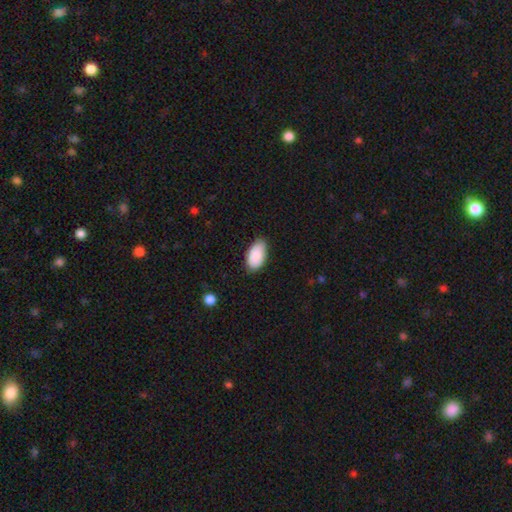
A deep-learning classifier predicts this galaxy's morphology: smooth 89%, star or artifact 6%, featured or disk 5%. Down the decision tree: how rounded — in between (95%); merging — none (77%).